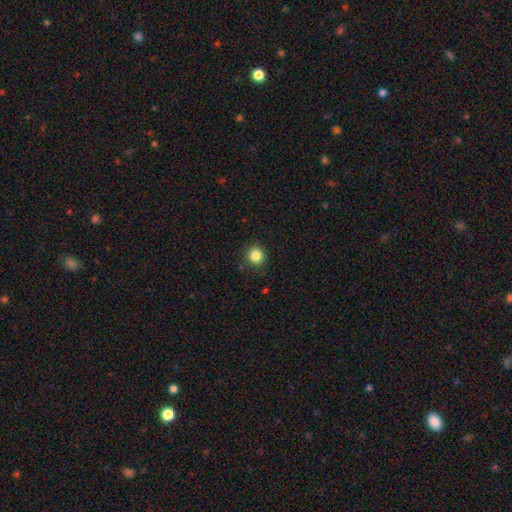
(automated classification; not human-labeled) Smooth or featured? smooth (84%)
How rounded? round (92%)
Merging? none (88%)